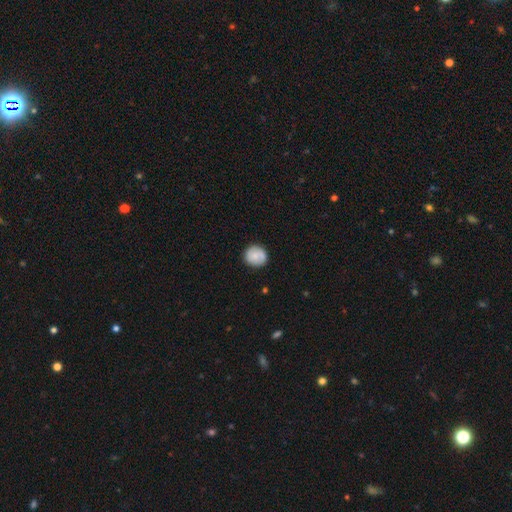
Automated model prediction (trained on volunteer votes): This appears to be a smooth galaxy with no disk features (71%) that is round (87%). Merging: none (81%).